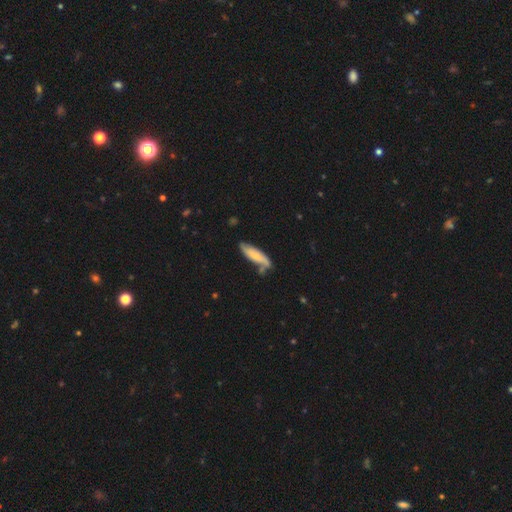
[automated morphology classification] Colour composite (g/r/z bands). It shows a smooth galaxy with no disk features (64%) that is cigar-shaped (65%). Merging: none (60%).